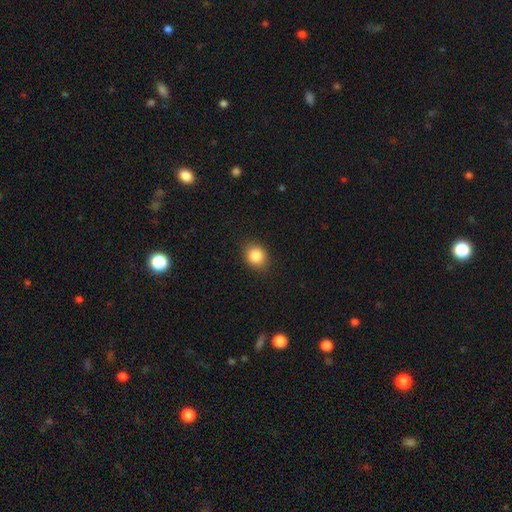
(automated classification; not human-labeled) A smooth galaxy with no disk features (85%) that is round (59%).

Vote fractions:
- Smooth or featured? smooth: 85% / star or artifact: 9% / featured or disk: 5%
- How rounded? round: 59% / in between: 40% / cigar-shaped: 1%
- Merging? none: 87% / minor disturbance: 9% / major disturbance: 2% / merger: 1%